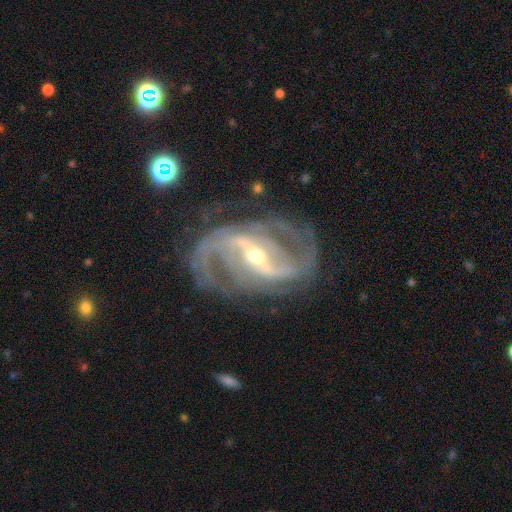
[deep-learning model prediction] A featured or disk galaxy (92%) with a strong bar (59%), 2 (65%) medium (53%) spiral arms (98%) and a small central bulge (55%). Merging: none (71%).